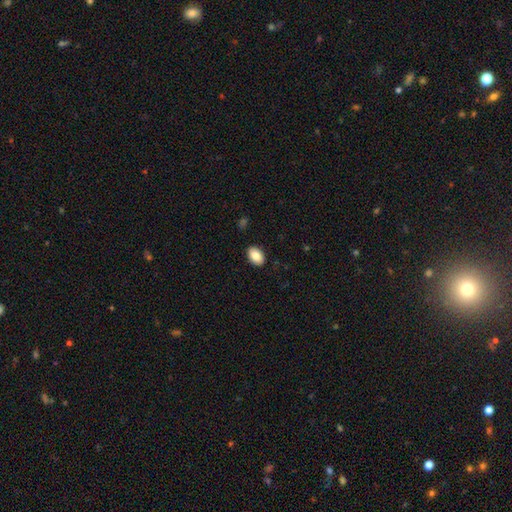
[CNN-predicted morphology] This is clearly a smooth galaxy (86%). How rounded: clearly in between (88%). Merging: clearly none (89%).